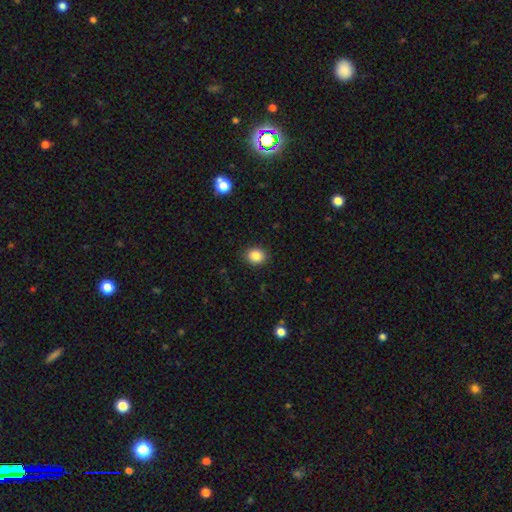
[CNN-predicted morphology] smooth_or_featured: smooth (p=0.86) [alt: star or artifact p=0.10]
how_rounded: round (p=0.67) [alt: in between p=0.33]
merging: none (p=0.90) [alt: minor disturbance p=0.07]